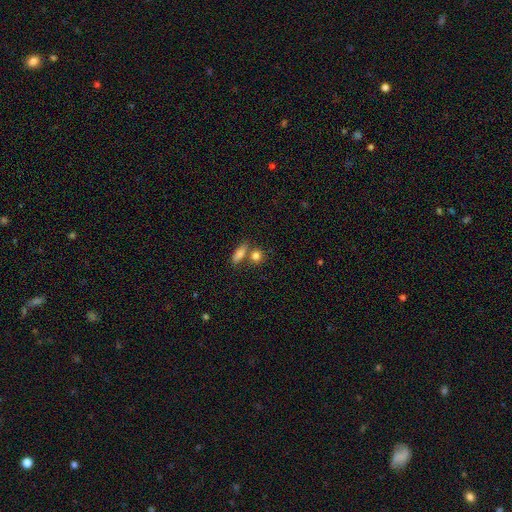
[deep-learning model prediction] Overall: smooth (83%). How rounded: round (64%; in between 30%). Merging: none (55%; merger 31%).